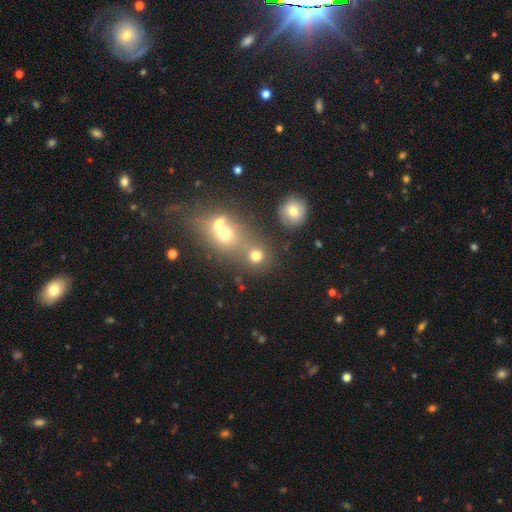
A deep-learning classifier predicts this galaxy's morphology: Smooth or featured? Predicted: smooth (p=0.73). How rounded? Predicted: round (p=0.84). Merging? Predicted: none (p=0.55).